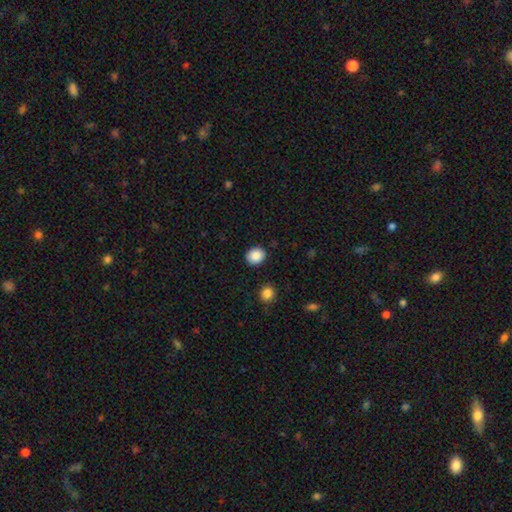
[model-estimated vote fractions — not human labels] Smooth or featured: smooth — 88% (star or artifact — 8%)
How rounded: round — 72% (in between — 27%)
Merging: none — 89% (minor disturbance — 7%)